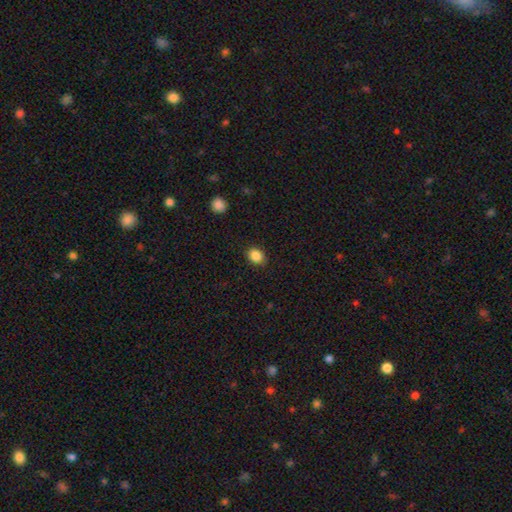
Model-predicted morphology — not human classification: smooth 87%, star or artifact 9%, featured or disk 4%. Down the decision tree: how rounded — in between (50%); merging — none (88%).